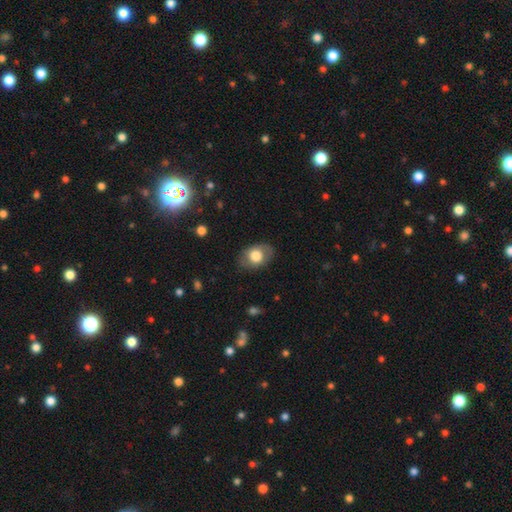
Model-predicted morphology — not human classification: This appears to be a smooth galaxy with no disk features (72%) that is in between round and cigar-shaped (75%). Merging: none (80%).